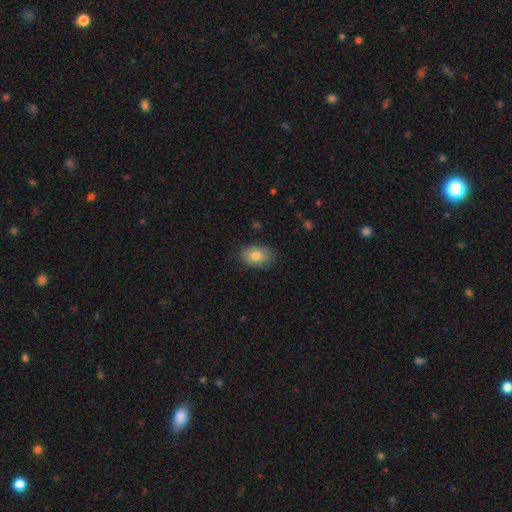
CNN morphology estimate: Smooth or featured?
  - smooth: 79% *
  - featured or disk: 13%
  - star or artifact: 8%
How rounded?
  - in between: 79% *
  - round: 20%
  - cigar-shaped: 1%
Merging?
  - none: 81% *
  - minor disturbance: 14%
  - major disturbance: 3%
  - merger: 1%